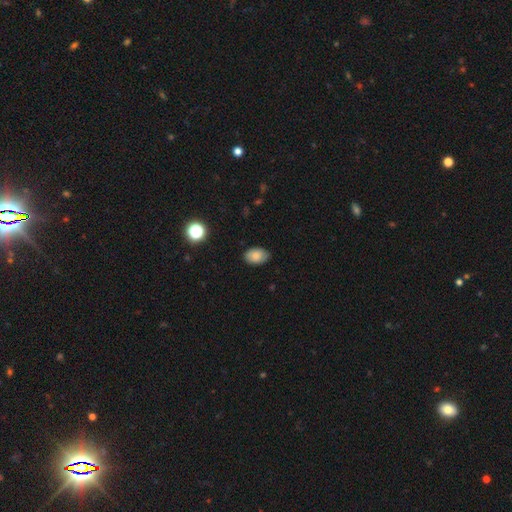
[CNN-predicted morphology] type=smooth (84%); roundness=in between (87%); merging=none (83%).